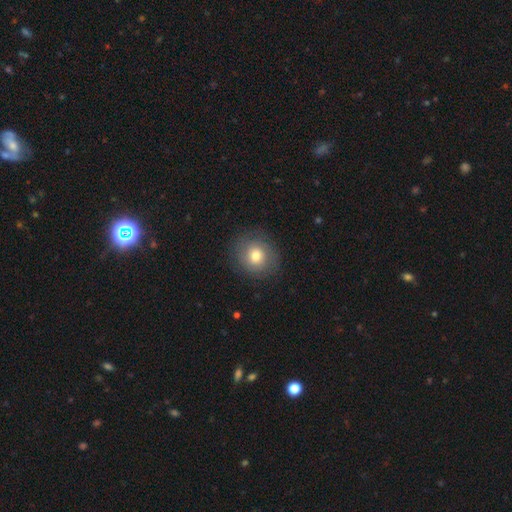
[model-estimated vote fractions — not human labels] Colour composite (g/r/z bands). It shows a smooth galaxy with no disk features (75%) that is round (80%). Merging: none (84%).